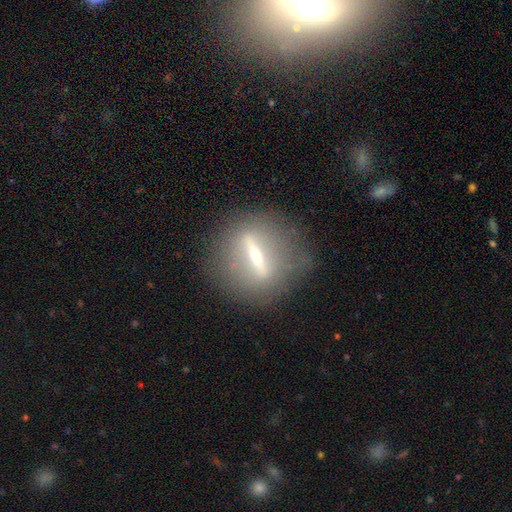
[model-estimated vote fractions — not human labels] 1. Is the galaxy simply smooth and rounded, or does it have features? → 74% featured or disk, 17% smooth, 9% star or artifact.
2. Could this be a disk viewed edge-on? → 56% yes, 44% no.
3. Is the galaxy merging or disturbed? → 83% none, 10% minor disturbance, 6% major disturbance, 2% merger.